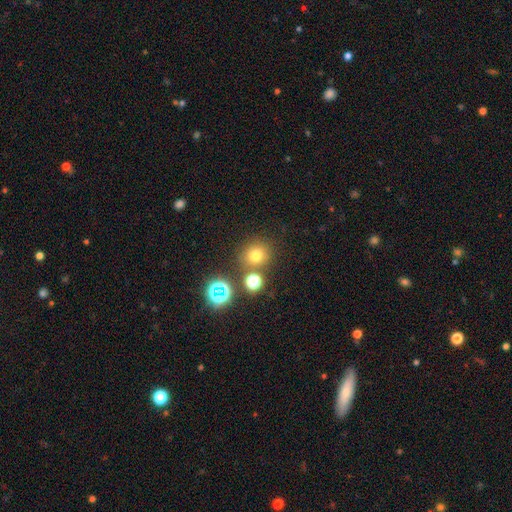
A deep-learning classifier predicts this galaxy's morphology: This is likely a smooth galaxy (69%). How rounded: clearly round (85%). Merging: likely none (76%).